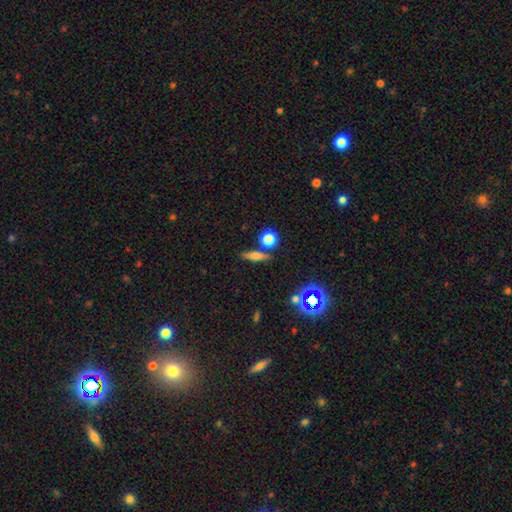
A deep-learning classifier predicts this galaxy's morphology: This is possibly a smooth galaxy (56%). How rounded: possibly cigar-shaped (59%). Merging: likely none (77%).